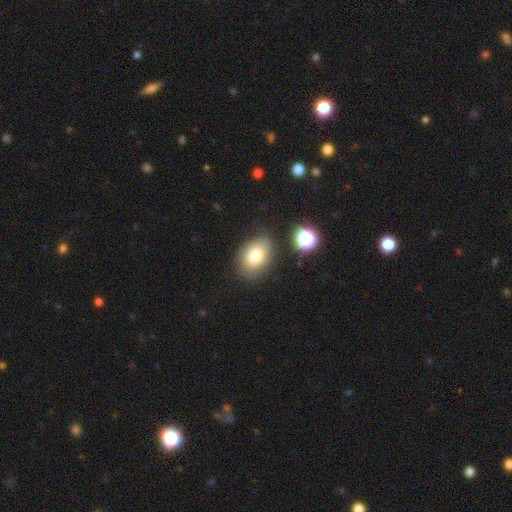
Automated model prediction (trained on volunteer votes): smooth-or-featured: smooth: 76% | featured or disk: 13% | star or artifact: 11%
  how-rounded: in between: 75% | round: 24% | cigar-shaped: 1%
  merging: none: 76% | minor disturbance: 16% | major disturbance: 4% | merger: 4%